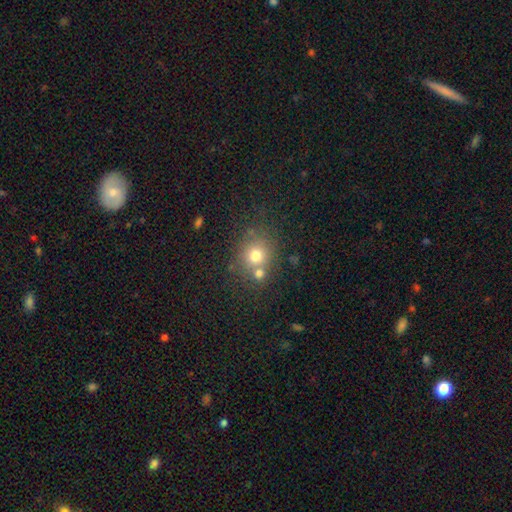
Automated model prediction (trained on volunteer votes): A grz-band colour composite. It shows a smooth galaxy with no disk features (72%) that is round (82%). Merging: none (57%).